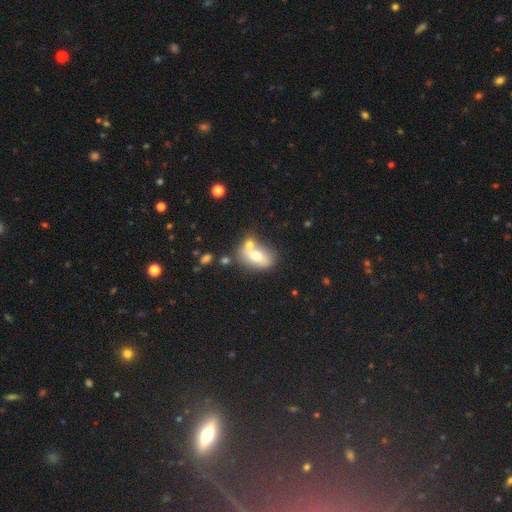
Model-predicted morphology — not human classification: smooth 68%, featured or disk 24%, star or artifact 8%. Down the decision tree: how rounded — in between (84%); merging — none (40%).